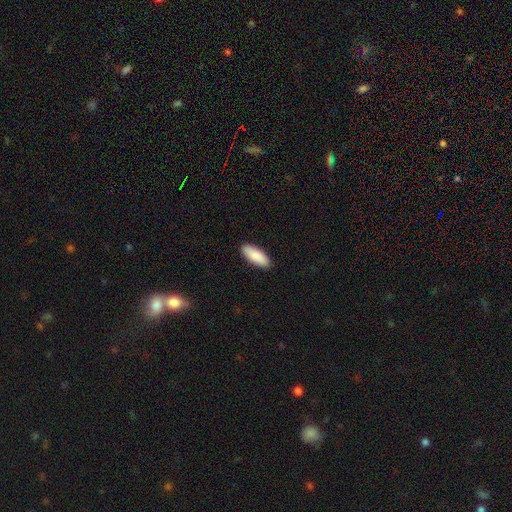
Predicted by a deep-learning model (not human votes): Smooth or featured? Predicted: smooth (p=0.89). How rounded? Predicted: in between (p=0.74). Merging? Predicted: none (p=0.91).